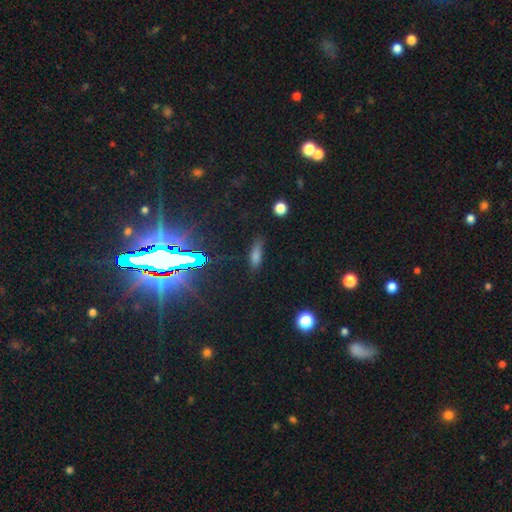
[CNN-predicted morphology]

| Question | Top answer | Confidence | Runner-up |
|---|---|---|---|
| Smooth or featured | smooth | 59% | star or artifact (27%) |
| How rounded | cigar-shaped | 54% | in between (41%) |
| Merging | none | 77% | minor disturbance (15%) |